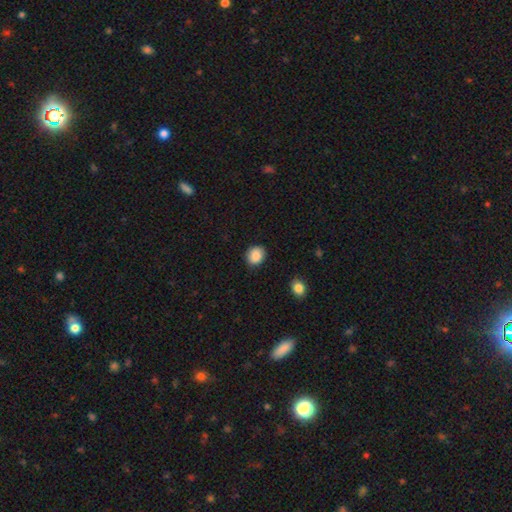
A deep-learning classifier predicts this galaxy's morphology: Smooth or featured: smooth — 89% (star or artifact — 8%)
How rounded: round — 66% (in between — 34%)
Merging: none — 85% (minor disturbance — 11%)